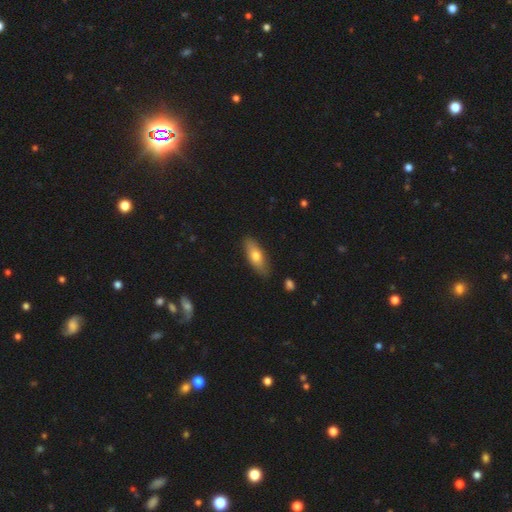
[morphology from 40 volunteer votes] smooth 60%, featured or disk 32%, star or artifact 8%. Down the decision tree: how rounded — in between (54%); merging — none (76%).